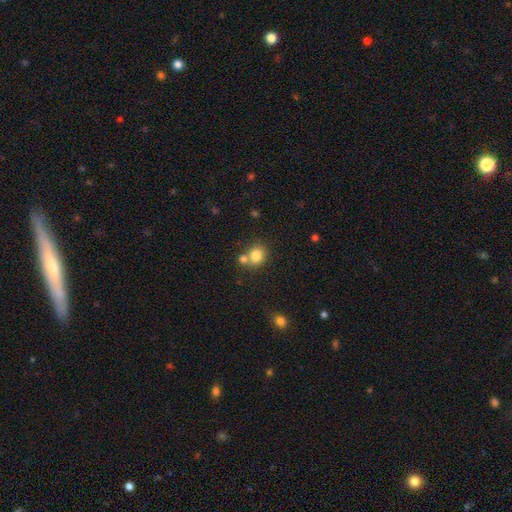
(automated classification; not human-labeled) A smooth galaxy with no disk features (81%) that is round (74%). Merging: none (55%).